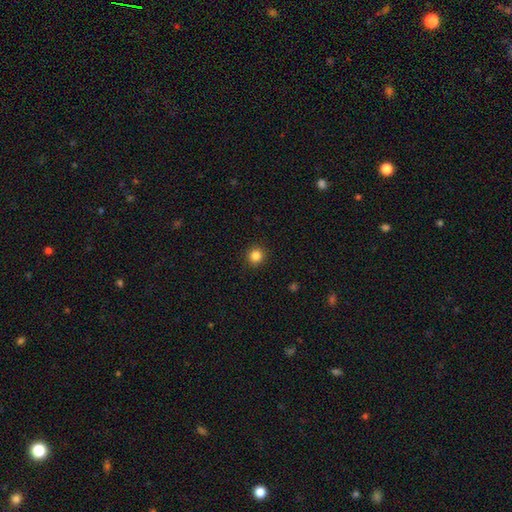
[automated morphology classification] A smooth galaxy with no disk features (85%) that is round (94%). Merging: none (92%).